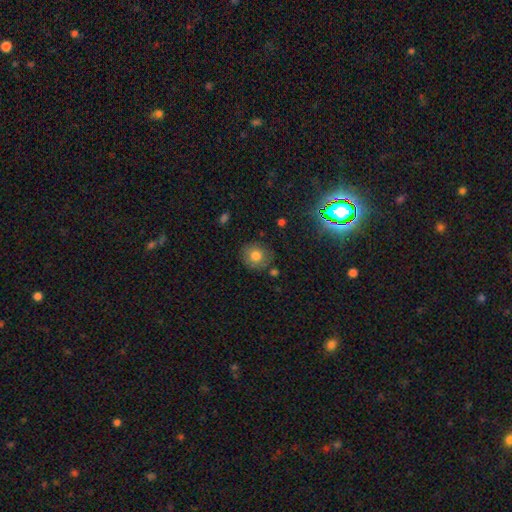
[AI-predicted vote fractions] smooth-or-featured: smooth: 77% | featured or disk: 12% | star or artifact: 12%
  how-rounded: round: 83% | in between: 16% | cigar-shaped: 1%
  merging: none: 80% | minor disturbance: 14% | major disturbance: 4% | merger: 3%